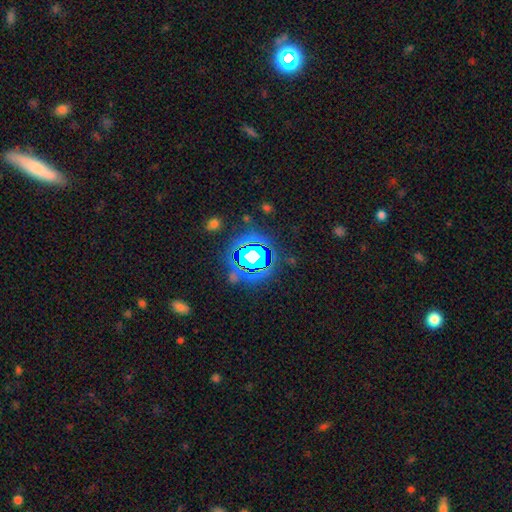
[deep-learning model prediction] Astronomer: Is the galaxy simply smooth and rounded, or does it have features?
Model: star or artifact — 77%.